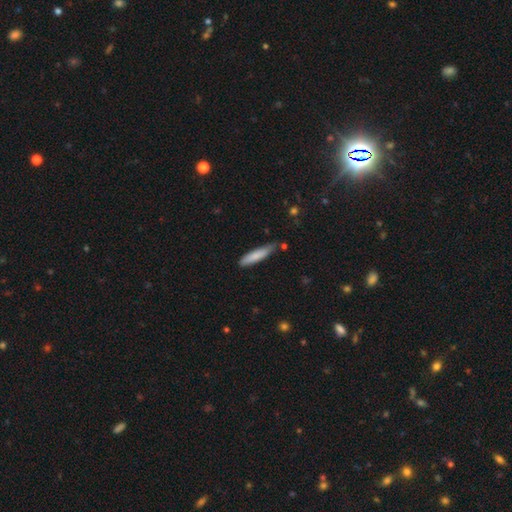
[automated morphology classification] smooth 79%, featured or disk 15%, star or artifact 5%. Down the decision tree: how rounded — cigar-shaped (85%); merging — none (67%).